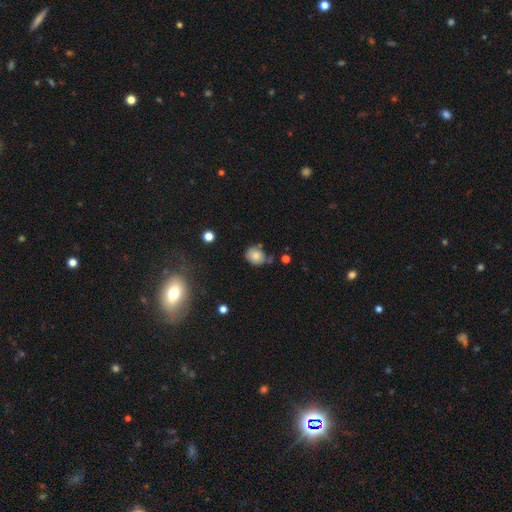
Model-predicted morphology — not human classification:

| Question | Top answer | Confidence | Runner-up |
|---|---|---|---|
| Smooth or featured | smooth | 78% | featured or disk (11%) |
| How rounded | round | 61% | in between (38%) |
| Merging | none | 59% | minor disturbance (26%) |